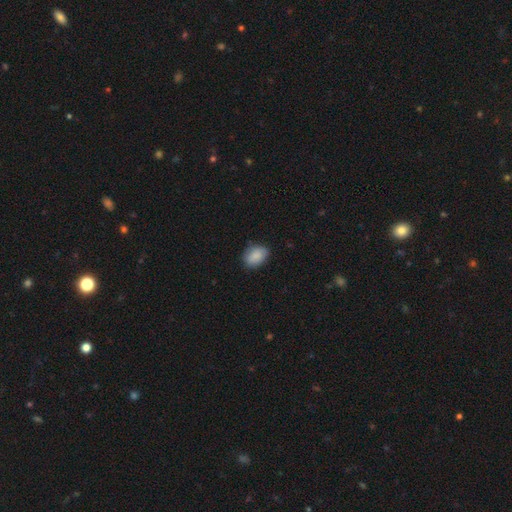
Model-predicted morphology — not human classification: smooth 87%, star or artifact 7%, featured or disk 6%. Down the decision tree: how rounded — in between (75%); merging — none (76%).